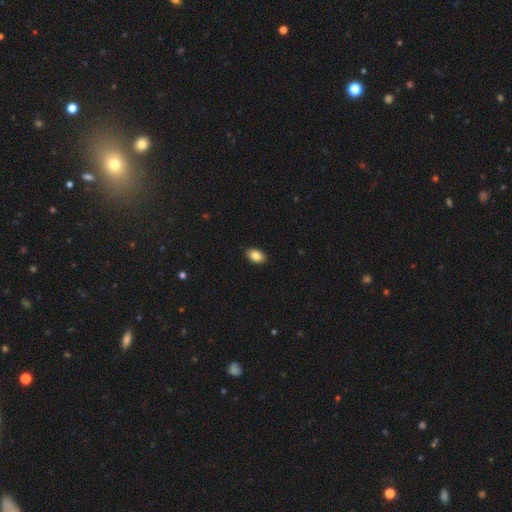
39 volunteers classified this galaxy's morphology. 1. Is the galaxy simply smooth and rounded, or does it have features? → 87% smooth, 8% featured or disk, 5% star or artifact.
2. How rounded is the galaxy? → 94% in between, 6% round, 0% cigar-shaped.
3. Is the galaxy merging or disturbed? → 84% none, 11% minor disturbance, 3% major disturbance, 3% merger.